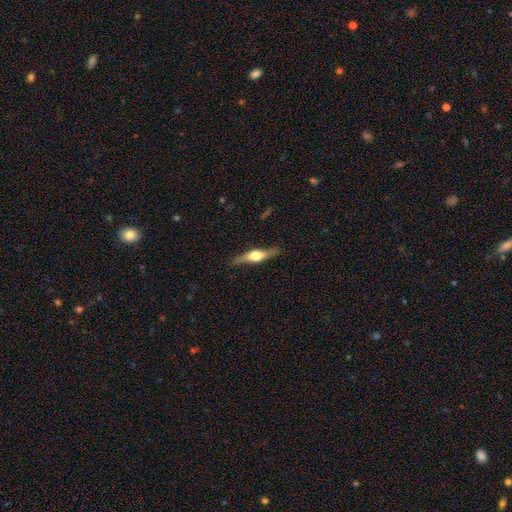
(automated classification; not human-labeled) Overall: featured or disk (64%; smooth 30%). Edge-on disk: yes (95%). Edge-on bulge: rounded (93%). Merging: none (85%).